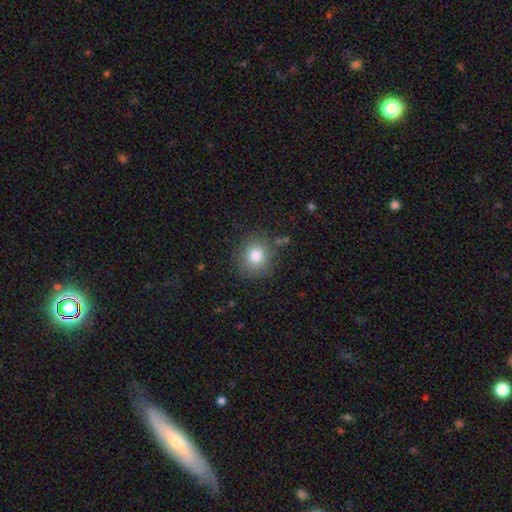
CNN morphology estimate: Smooth or featured? Predicted: smooth (p=0.81). How rounded? Predicted: round (p=0.86). Merging? Predicted: none (p=0.83).